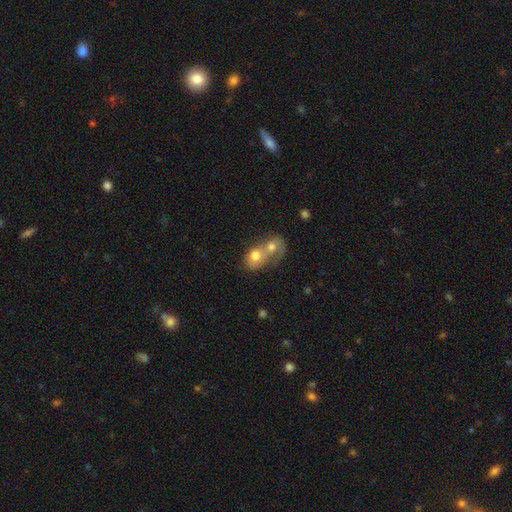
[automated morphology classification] Overall: smooth (70%). How rounded: round (50%; in between 49%). Merging: merger (82%).